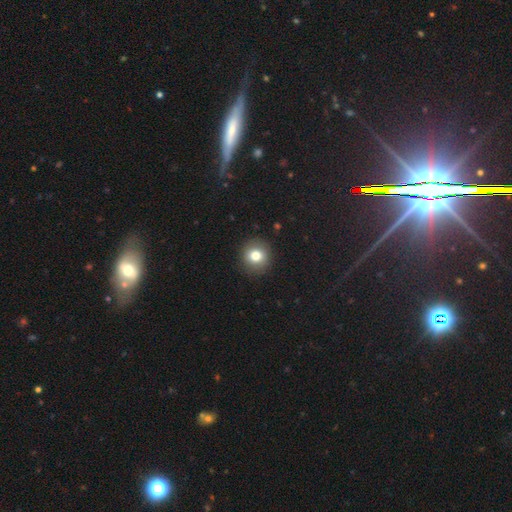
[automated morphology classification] smooth 79%, star or artifact 11%, featured or disk 10%. Down the decision tree: how rounded — round (89%); merging — none (90%).